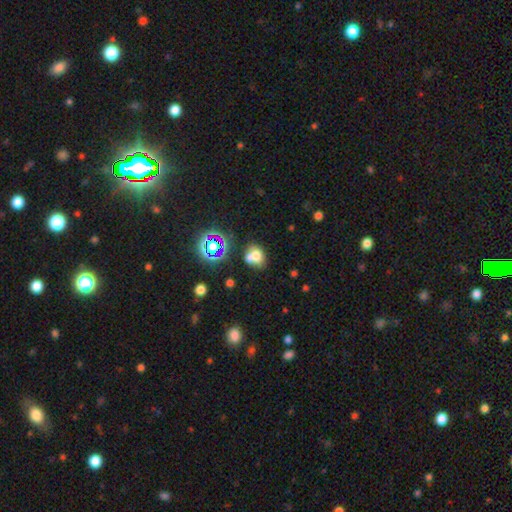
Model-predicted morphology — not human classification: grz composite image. It shows a smooth galaxy with no disk features (65%) that is round (51%). Merging: merger (45%).